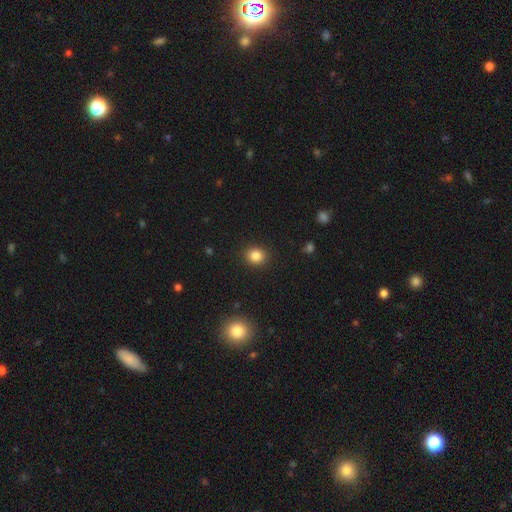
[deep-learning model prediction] Morphology: type=smooth (84%); roundness=round (75%); merging=none (91%).